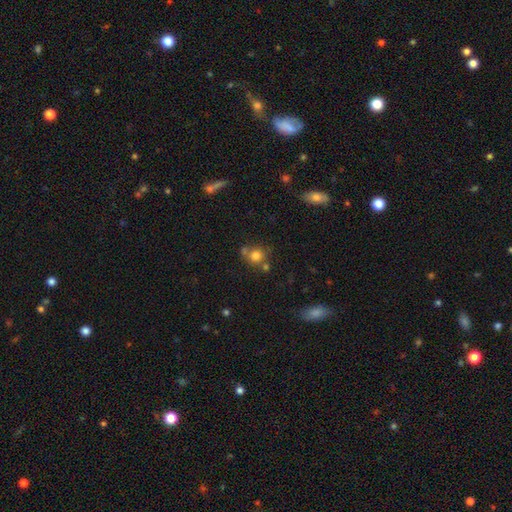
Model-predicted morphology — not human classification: This is likely a smooth galaxy (78%). How rounded: clearly round (85%). Merging: possibly none (59%).